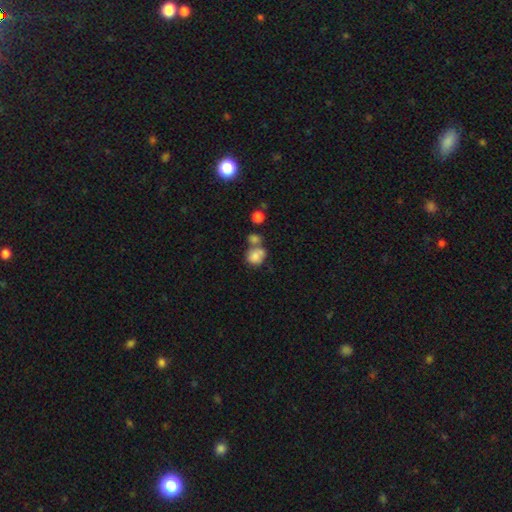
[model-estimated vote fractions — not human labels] Morphology: type=smooth (77%); roundness=round (71%); merging=merger (47%).